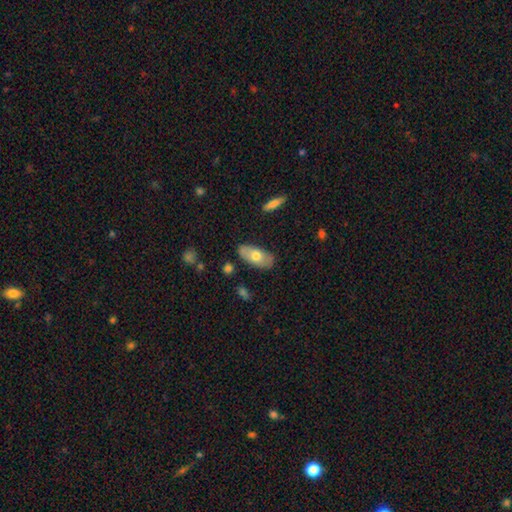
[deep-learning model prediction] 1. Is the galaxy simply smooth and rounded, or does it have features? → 66% smooth, 28% featured or disk, 6% star or artifact.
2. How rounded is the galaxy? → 90% in between, 8% cigar-shaped, 3% round.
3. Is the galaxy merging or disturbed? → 80% none, 15% minor disturbance, 3% major disturbance, 2% merger.